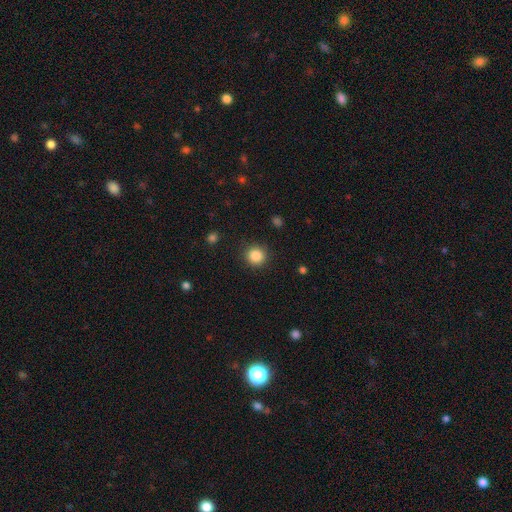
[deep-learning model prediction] Q: Smooth or featured?
A: smooth (86%); runner-up: star or artifact (10%)
Q: How rounded?
A: round (94%); runner-up: in between (5%)
Q: Merging?
A: none (90%); runner-up: minor disturbance (7%)